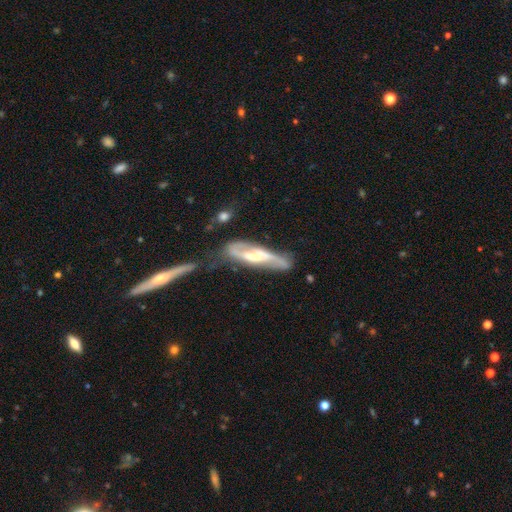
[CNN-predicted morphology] type=featured or disk (77%); edge-on=no (75%); bar=weak (42%); spiral arms=yes (91%); winding=loose (50%); arm count=2 (85%); bulge=moderate (44%); merging=none (48%).